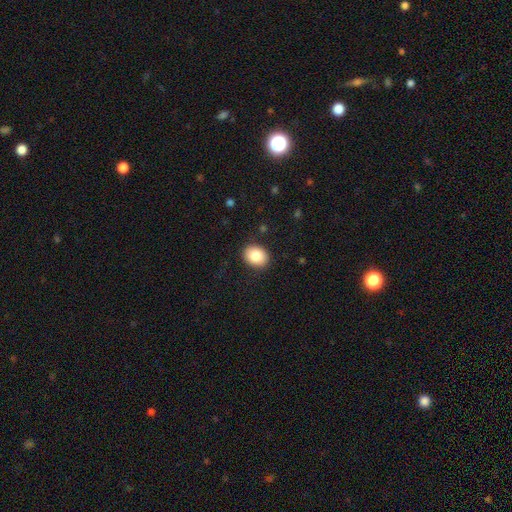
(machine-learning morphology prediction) smooth_or_featured: smooth (p=0.85) [alt: star or artifact p=0.08]
how_rounded: in between (p=0.52) [alt: round p=0.47]
merging: none (p=0.88) [alt: minor disturbance p=0.08]